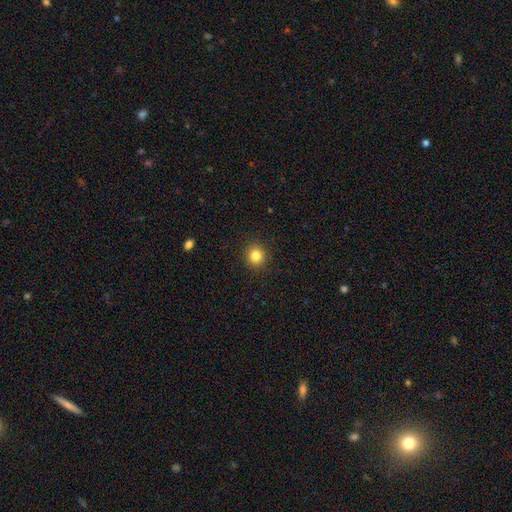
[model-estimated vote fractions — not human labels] smooth-or-featured: smooth: 84% | star or artifact: 11% | featured or disk: 5%
  how-rounded: round: 91% | in between: 8% | cigar-shaped: 1%
  merging: none: 92% | minor disturbance: 5% | major disturbance: 2% | merger: 1%